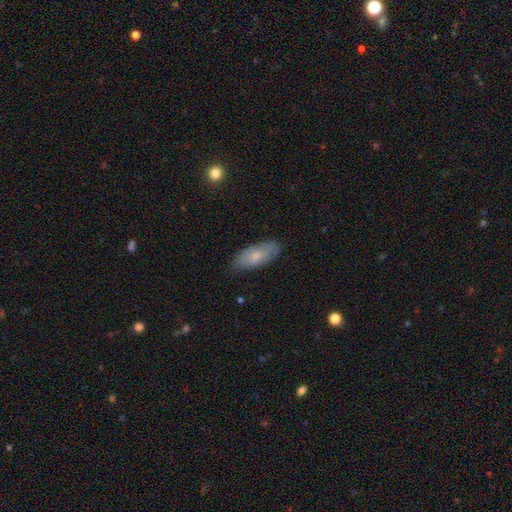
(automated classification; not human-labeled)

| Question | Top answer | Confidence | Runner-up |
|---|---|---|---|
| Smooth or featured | smooth | 68% | featured or disk (26%) |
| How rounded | in between | 80% | cigar-shaped (18%) |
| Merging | none | 78% | minor disturbance (17%) |